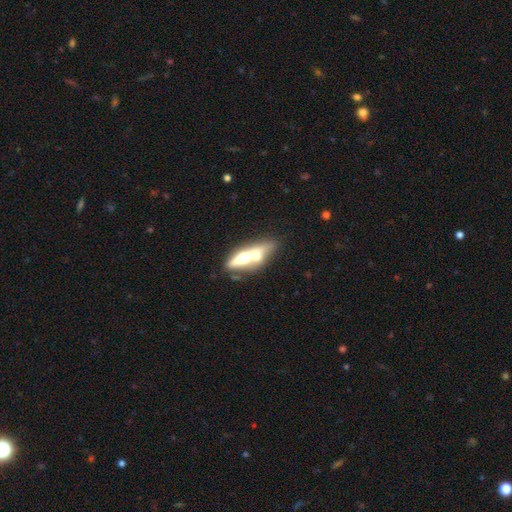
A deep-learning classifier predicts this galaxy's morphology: smooth_or_featured: featured or disk (p=0.52) [alt: smooth p=0.41]
disk_edge_on: yes (p=0.66) [alt: no p=0.34]
merging: merger (p=0.56) [alt: none p=0.27]